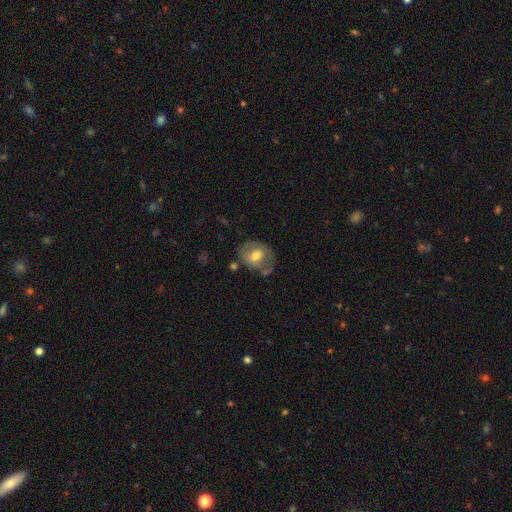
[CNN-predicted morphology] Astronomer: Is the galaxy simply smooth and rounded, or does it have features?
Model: smooth — 51% (runner-up: featured or disk, 42%).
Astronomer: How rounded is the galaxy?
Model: round — 50% (runner-up: in between, 49%).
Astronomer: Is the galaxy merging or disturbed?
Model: none — 52%.